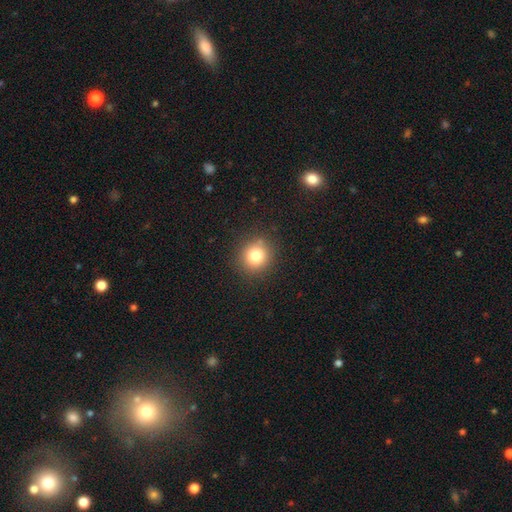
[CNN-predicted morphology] smooth_or_featured: smooth (p=0.80) [alt: star or artifact p=0.12]
how_rounded: round (p=0.88) [alt: in between p=0.11]
merging: none (p=0.87) [alt: minor disturbance p=0.08]